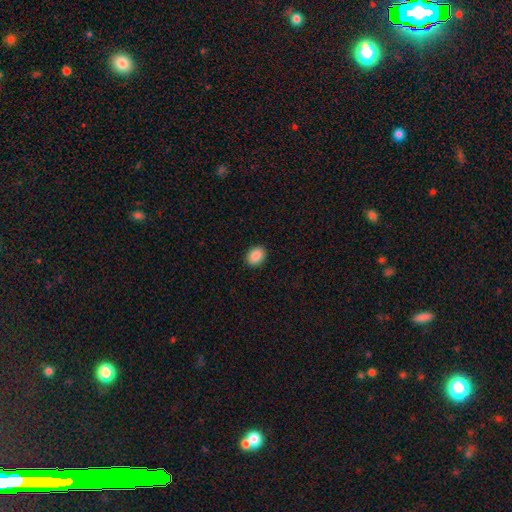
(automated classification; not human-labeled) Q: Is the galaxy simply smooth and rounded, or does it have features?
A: smooth — 89%.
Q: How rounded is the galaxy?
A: in between — 70%.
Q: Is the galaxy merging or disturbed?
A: none — 91%.